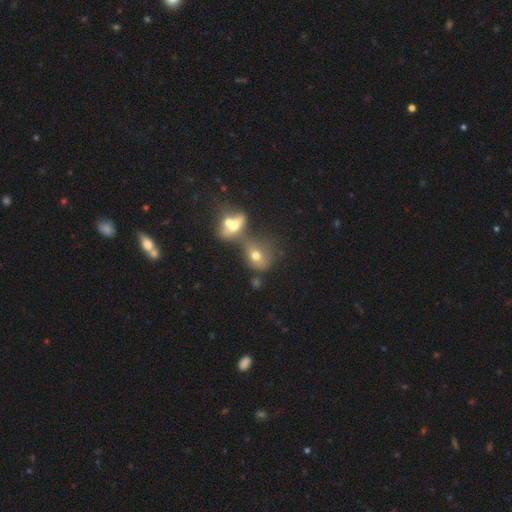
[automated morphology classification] A smooth galaxy with no disk features (64%) that is round (49%, tied with in between). Merging: merger (57%).